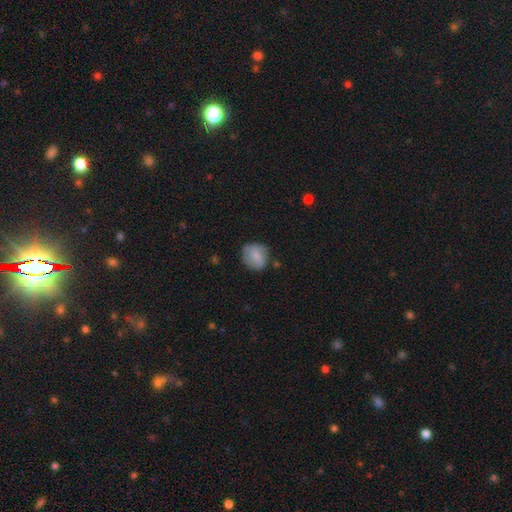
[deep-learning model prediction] Q: Smooth or featured?
A: smooth (72%); runner-up: featured or disk (21%)
Q: How rounded?
A: round (79%); runner-up: in between (20%)
Q: Merging?
A: none (69%); runner-up: minor disturbance (22%)